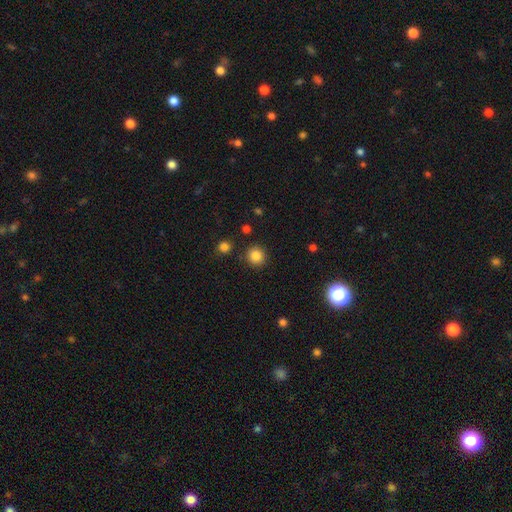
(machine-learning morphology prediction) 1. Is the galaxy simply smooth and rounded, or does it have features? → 85% smooth, 11% star or artifact, 4% featured or disk.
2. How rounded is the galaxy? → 93% round, 7% in between, 1% cigar-shaped.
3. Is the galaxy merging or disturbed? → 89% none, 6% minor disturbance, 3% merger, 2% major disturbance.